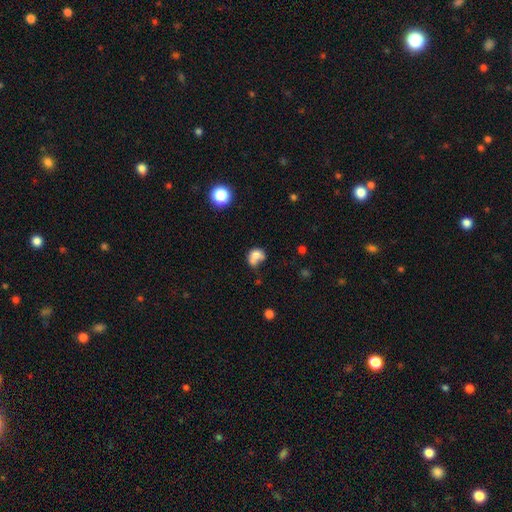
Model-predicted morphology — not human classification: A smooth galaxy with no disk features (72%) that is round (51%).

Vote fractions:
- Smooth or featured? smooth: 72% / featured or disk: 16% / star or artifact: 12%
- How rounded? round: 51% / in between: 48% / cigar-shaped: 1%
- Merging? merger: 44% / none: 26% / minor disturbance: 17% / major disturbance: 14%